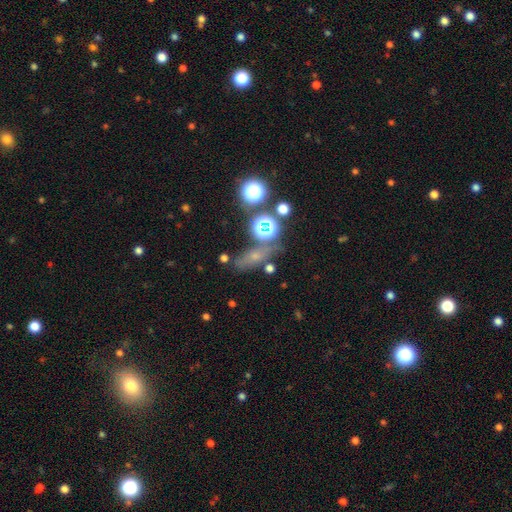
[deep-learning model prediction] Morphology: type=smooth (40%); merging=none (63%).